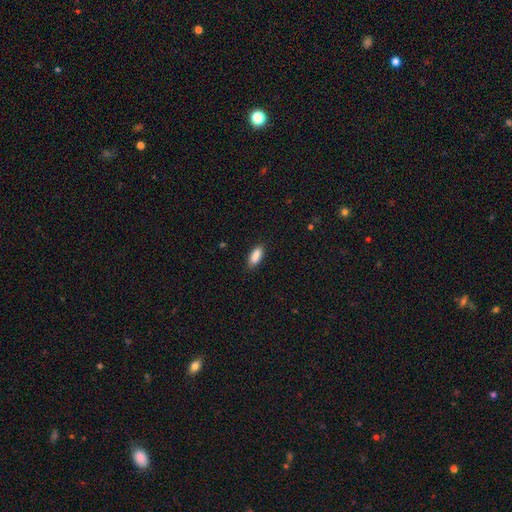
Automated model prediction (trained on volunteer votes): Smooth or featured?
  - smooth: 89% *
  - star or artifact: 7%
  - featured or disk: 4%
How rounded?
  - in between: 81% *
  - cigar-shaped: 16%
  - round: 2%
Merging?
  - none: 86% *
  - minor disturbance: 11%
  - major disturbance: 2%
  - merger: 1%